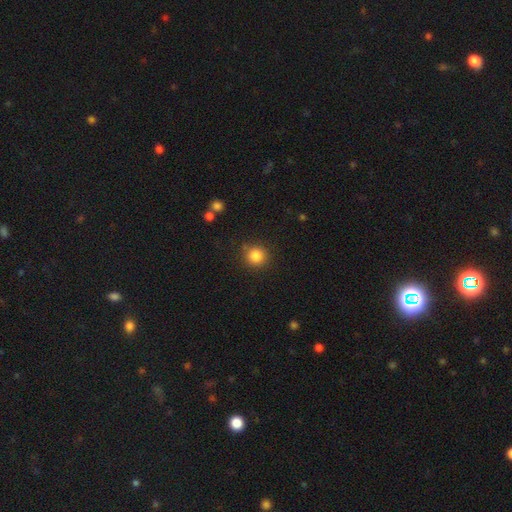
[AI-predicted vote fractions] smooth 84%, star or artifact 11%, featured or disk 5%. Down the decision tree: how rounded — round (92%); merging — none (87%).